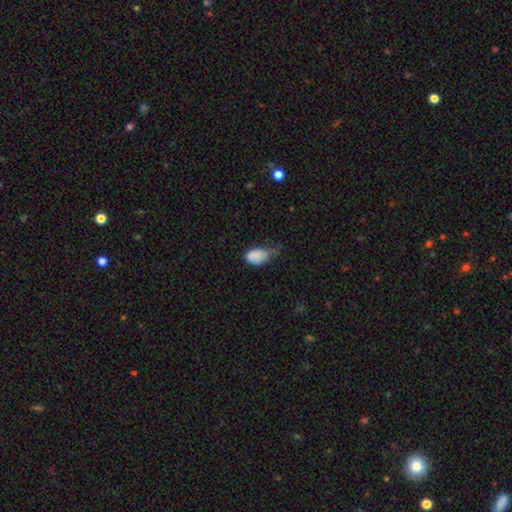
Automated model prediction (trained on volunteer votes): Overall: smooth (82%). How rounded: in between (85%). Merging: minor disturbance (49%; major disturbance 30%).